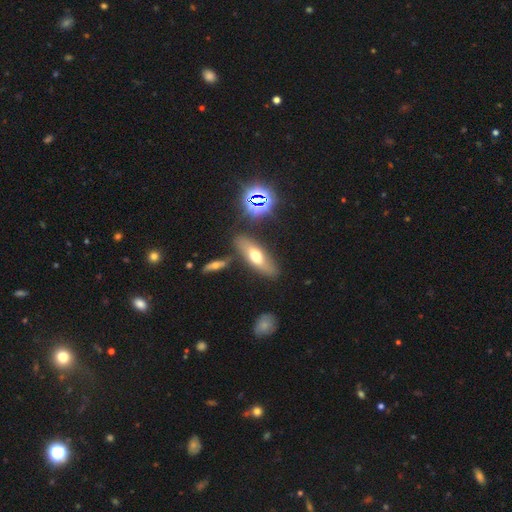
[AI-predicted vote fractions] Smooth or featured? smooth (53%)
How rounded? in between (59%)
Merging? none (77%)